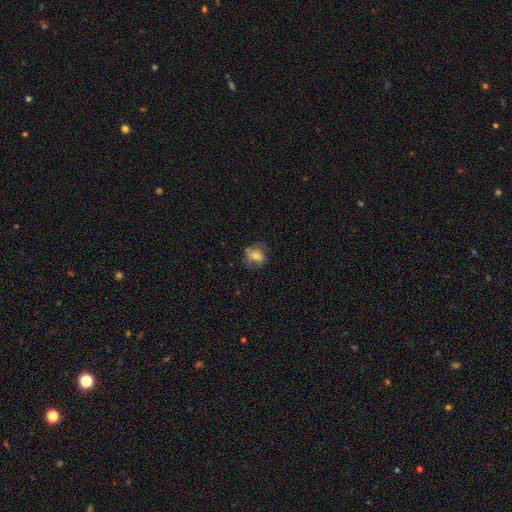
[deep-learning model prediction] Morphology: type=smooth (52%); roundness=round (50%); merging=none (60%).